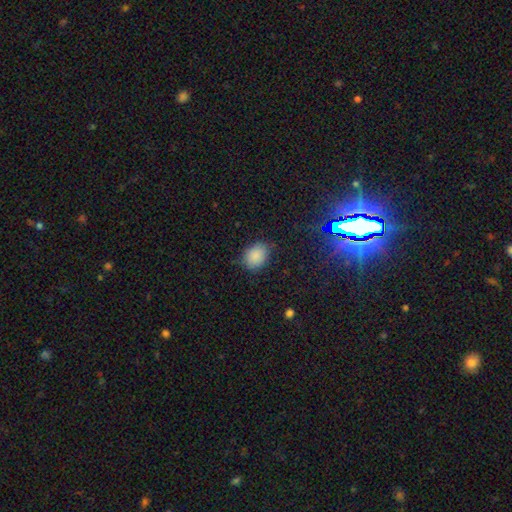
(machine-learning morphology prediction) Smooth or featured? smooth (86%)
How rounded? in between (62%)
Merging? none (77%)